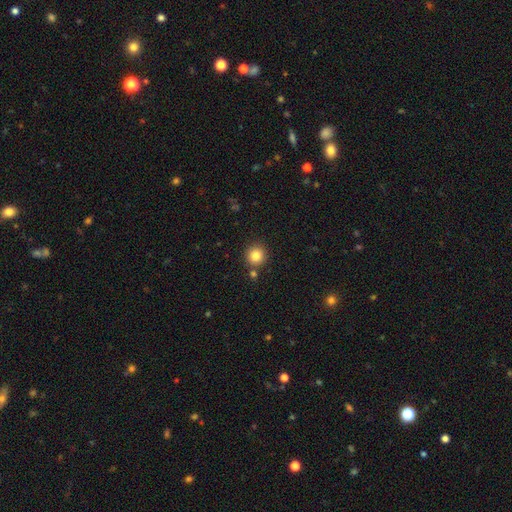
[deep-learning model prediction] Smooth or featured?
  - smooth: 82% *
  - star or artifact: 11%
  - featured or disk: 6%
How rounded?
  - round: 94% *
  - in between: 5%
  - cigar-shaped: 1%
Merging?
  - none: 83% *
  - merger: 8%
  - minor disturbance: 7%
  - major disturbance: 2%